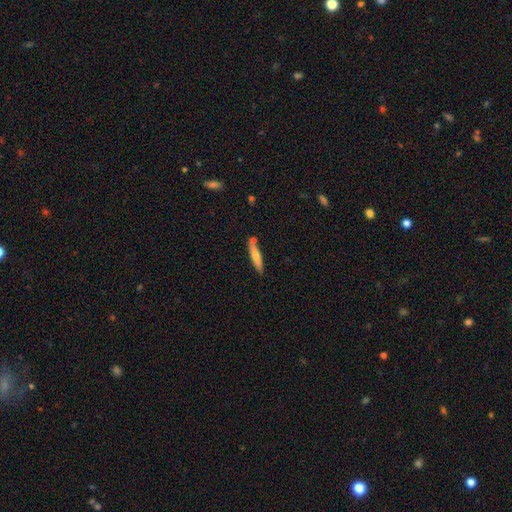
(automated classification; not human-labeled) Smooth or featured? smooth (63%)
How rounded? cigar-shaped (88%)
Merging? none (76%)